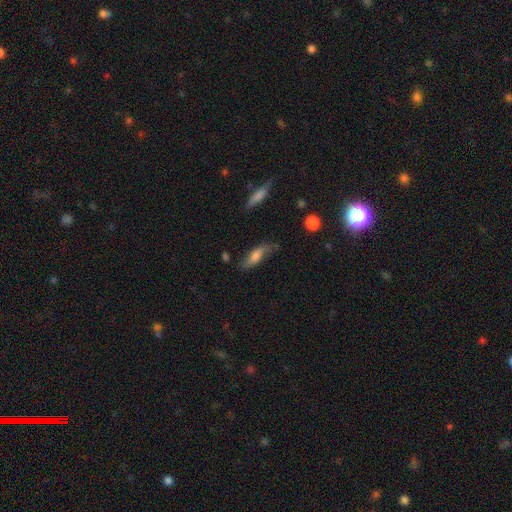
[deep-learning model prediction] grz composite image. It shows a smooth galaxy with no disk features (50%) that is in between round and cigar-shaped (51%). Merging: none (64%).